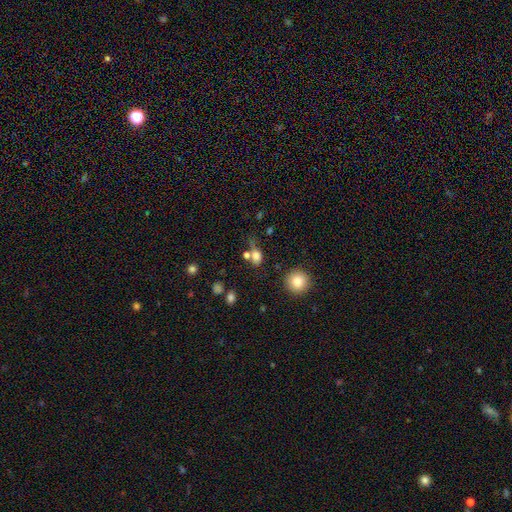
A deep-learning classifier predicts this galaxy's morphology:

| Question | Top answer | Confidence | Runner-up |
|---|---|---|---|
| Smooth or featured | smooth | 76% | star or artifact (14%) |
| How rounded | in between | 52% | round (45%) |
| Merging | none | 45% | merger (27%) |